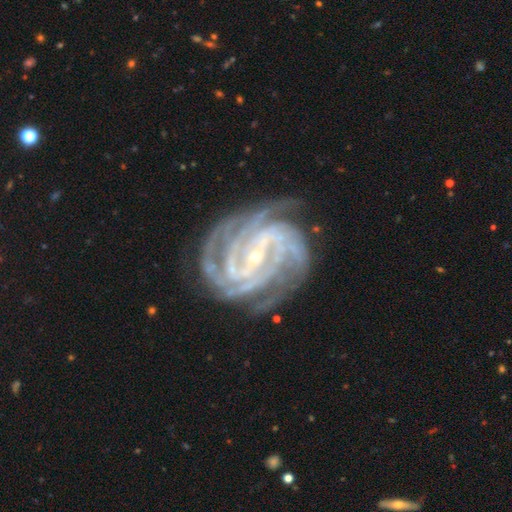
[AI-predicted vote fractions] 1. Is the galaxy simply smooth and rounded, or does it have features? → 93% featured or disk, 4% star or artifact, 2% smooth.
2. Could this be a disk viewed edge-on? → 98% no, 2% yes.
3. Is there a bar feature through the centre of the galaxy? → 56% strong, 31% weak, 13% no.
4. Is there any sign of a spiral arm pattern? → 99% yes, 1% no.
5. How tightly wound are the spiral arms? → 72% tight, 25% medium, 3% loose.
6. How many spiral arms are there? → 38% 4, 21% 3, 12% more than 4, 11% 2, 11% can't tell, 7% 1.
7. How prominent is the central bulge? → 81% small, 16% moderate, 1% none, 1% large, 1% dominant.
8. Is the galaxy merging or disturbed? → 77% none, 16% minor disturbance, 6% major disturbance, 1% merger.